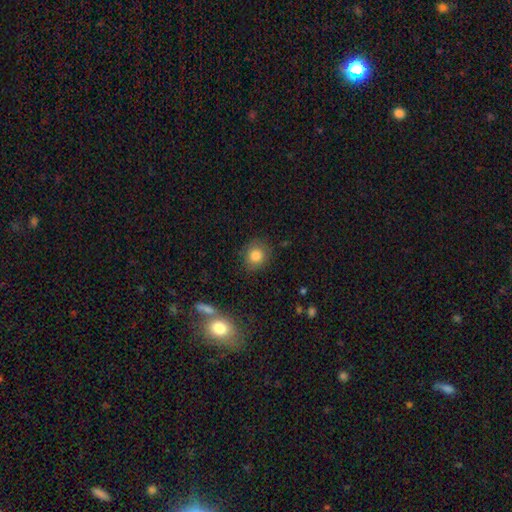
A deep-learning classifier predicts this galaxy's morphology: Smooth or featured?
  - smooth: 81% *
  - star or artifact: 11%
  - featured or disk: 8%
How rounded?
  - round: 86% *
  - in between: 13%
  - cigar-shaped: 1%
Merging?
  - none: 85% *
  - minor disturbance: 10%
  - major disturbance: 3%
  - merger: 2%